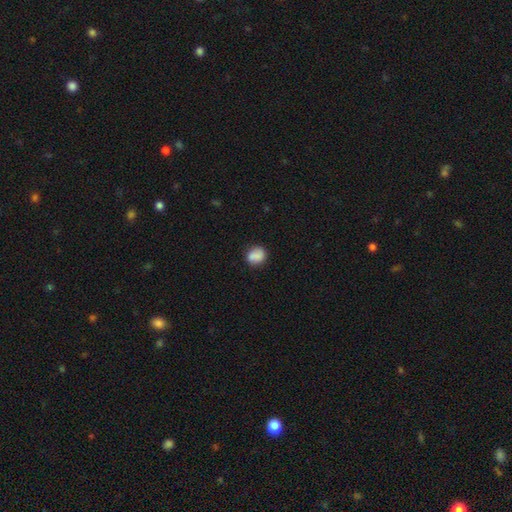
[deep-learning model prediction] Smooth or featured? smooth (81%)
How rounded? round (70%)
Merging? none (70%)